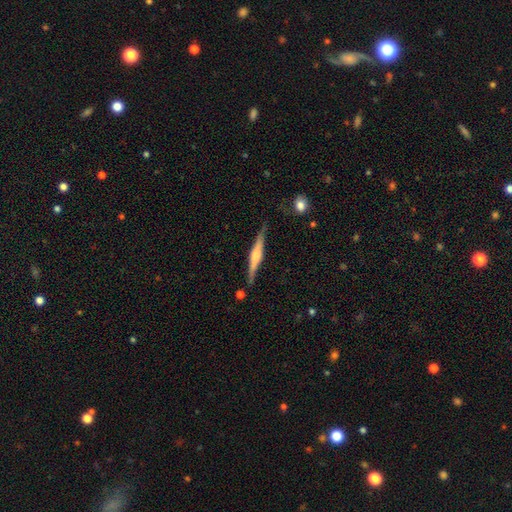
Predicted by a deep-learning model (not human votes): The model was most divided on "edge-on bulge": rounded: 63%, boxy: 28%, none: 9%. More confident: edge-on disk — yes (98%); merging — none (82%); smooth or featured — featured or disk (70%).